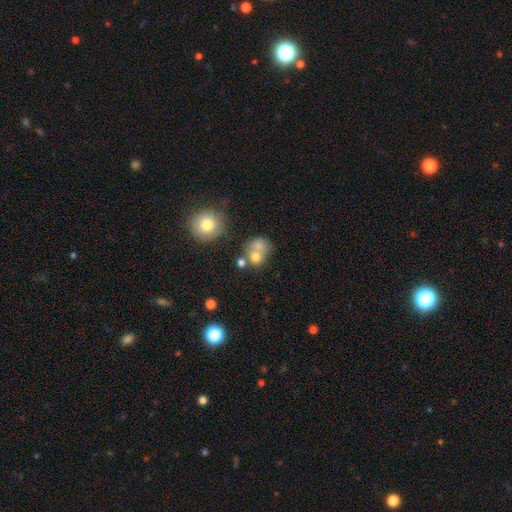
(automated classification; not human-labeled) Overall: smooth (69%). How rounded: round (74%). Merging: merger (45%; none 37%).